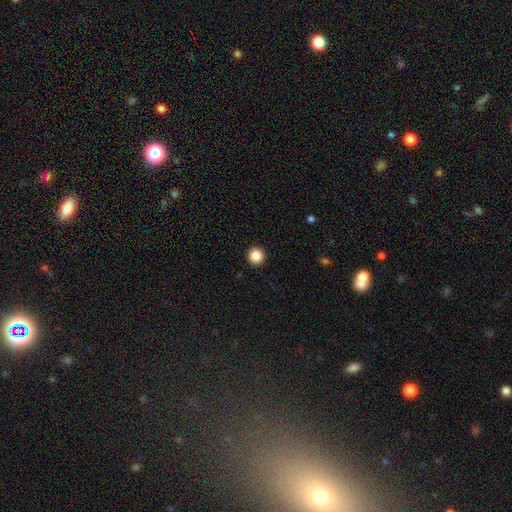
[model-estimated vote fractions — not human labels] This is clearly a smooth galaxy (87%). How rounded: clearly round (96%). Merging: clearly none (94%).